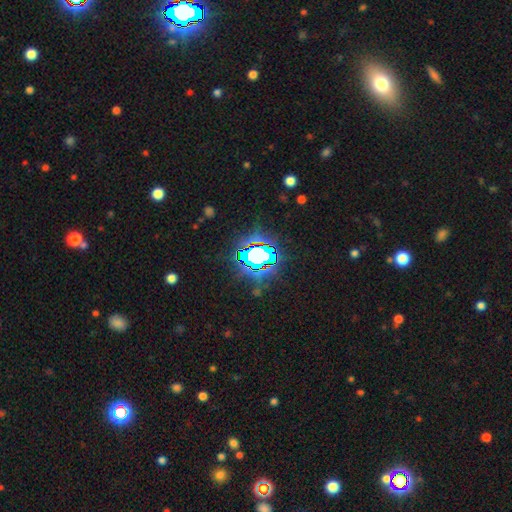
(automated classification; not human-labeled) Morphology: type=star or artifact (70%).